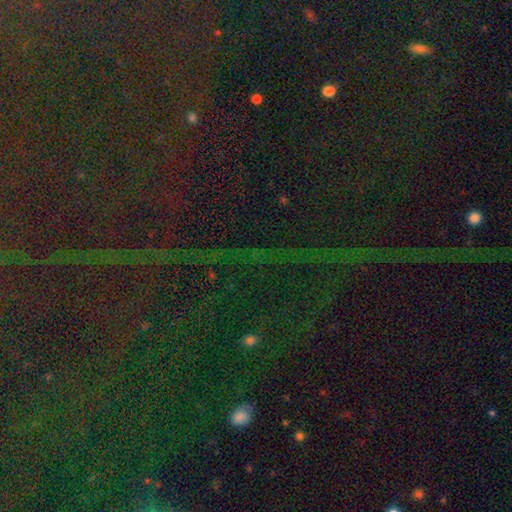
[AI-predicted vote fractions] Smooth or featured?
  - star or artifact: 85% *
  - smooth: 8%
  - featured or disk: 7%